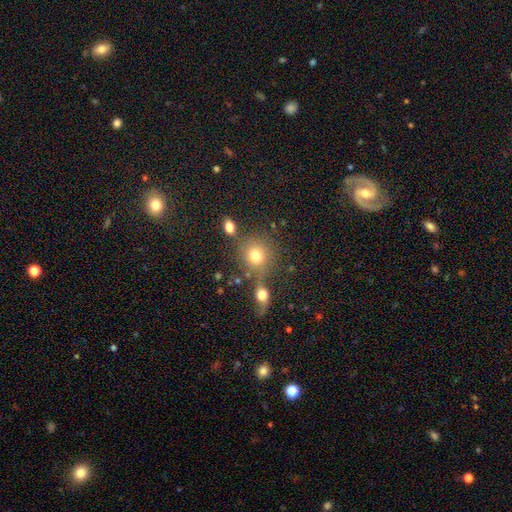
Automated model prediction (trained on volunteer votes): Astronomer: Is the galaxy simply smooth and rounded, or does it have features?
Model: smooth — 75%.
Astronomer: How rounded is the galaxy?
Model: round — 87%.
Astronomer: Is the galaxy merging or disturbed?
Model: none — 65%.